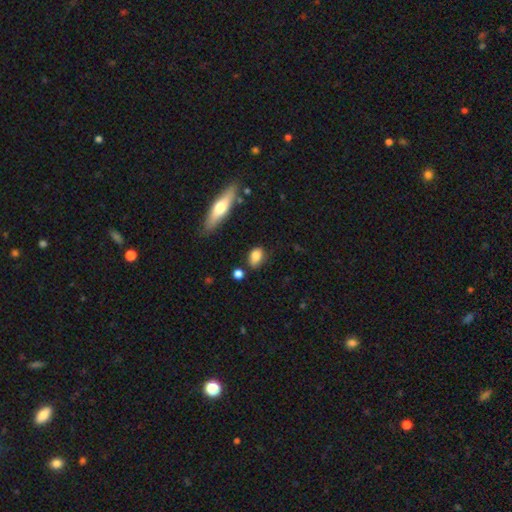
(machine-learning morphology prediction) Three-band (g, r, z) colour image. It shows a smooth galaxy with no disk features (82%) that is in between round and cigar-shaped (78%). Merging: none (68%).